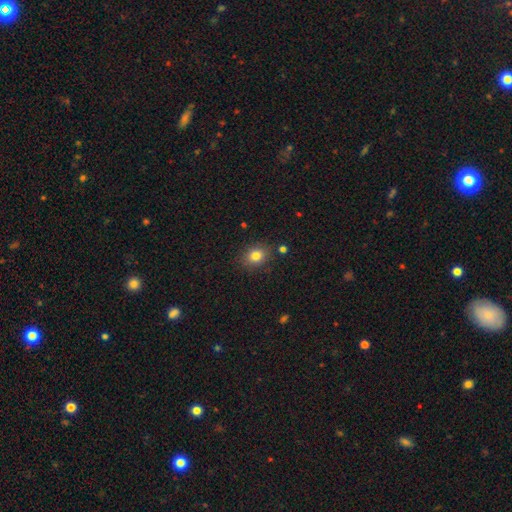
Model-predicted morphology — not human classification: A smooth galaxy with no disk features (81%) that is round (51%). Merging: none (84%).